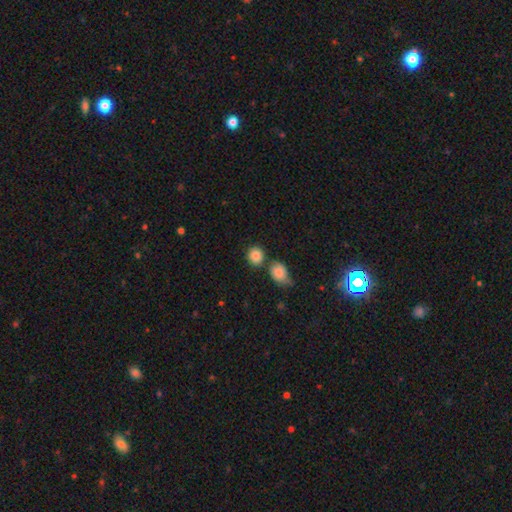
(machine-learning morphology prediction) A smooth galaxy with no disk features (86%) that is round (79%).

Vote fractions:
- Smooth or featured? smooth: 86% / star or artifact: 8% / featured or disk: 5%
- How rounded? round: 79% / in between: 20% / cigar-shaped: 1%
- Merging? none: 62% / merger: 24% / minor disturbance: 10% / major disturbance: 4%